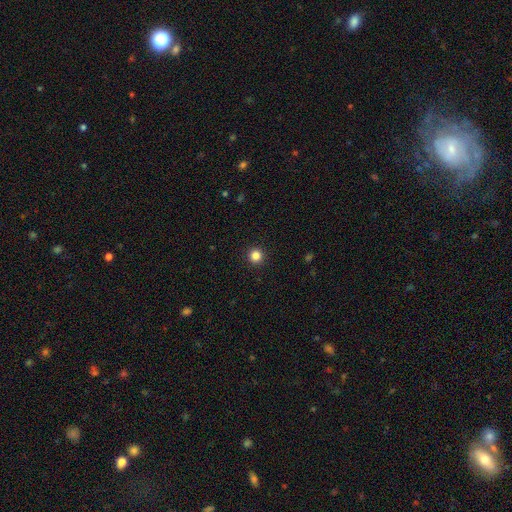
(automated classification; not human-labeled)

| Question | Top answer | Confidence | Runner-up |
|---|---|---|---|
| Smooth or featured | smooth | 85% | star or artifact (12%) |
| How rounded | round | 96% | in between (3%) |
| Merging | none | 93% | minor disturbance (4%) |